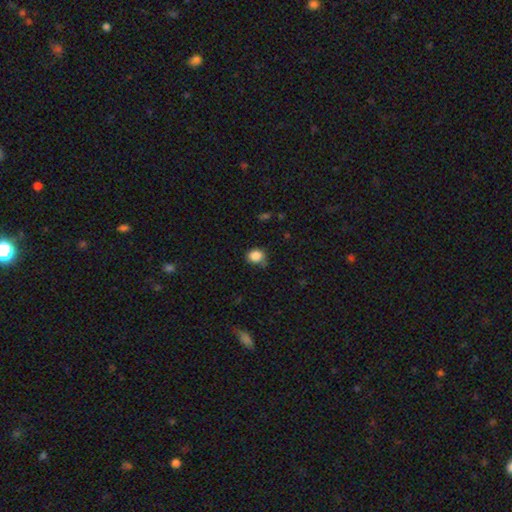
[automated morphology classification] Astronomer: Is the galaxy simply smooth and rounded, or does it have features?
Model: smooth — 86%.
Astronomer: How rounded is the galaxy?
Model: round — 63%.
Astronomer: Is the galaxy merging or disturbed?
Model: none — 67%.